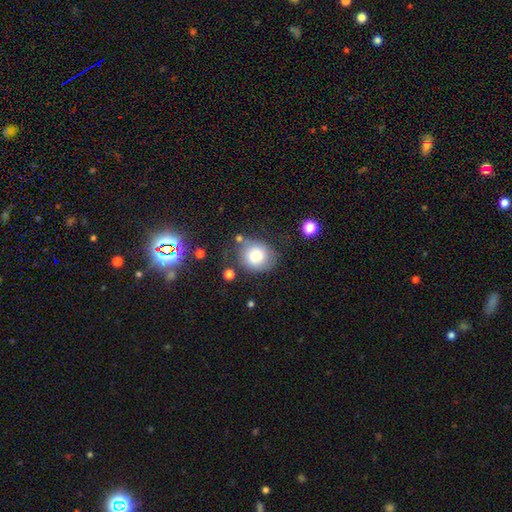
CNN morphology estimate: Smooth or featured: smooth — 73% (featured or disk — 18%)
How rounded: round — 76% (in between — 23%)
Merging: none — 59% (minor disturbance — 23%)